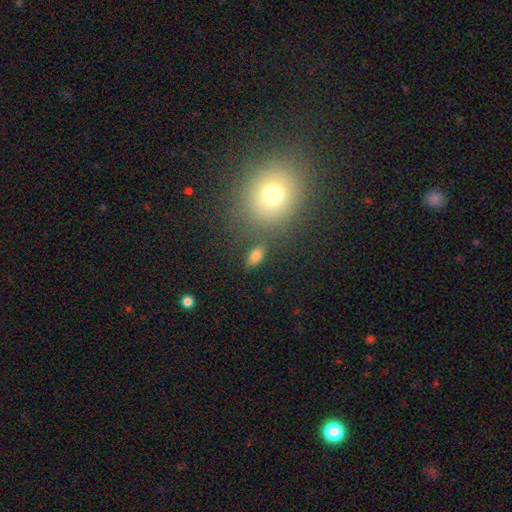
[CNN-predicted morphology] Smooth or featured? Predicted: smooth (p=0.79). How rounded? Predicted: in between (p=0.86). Merging? Predicted: none (p=0.79).